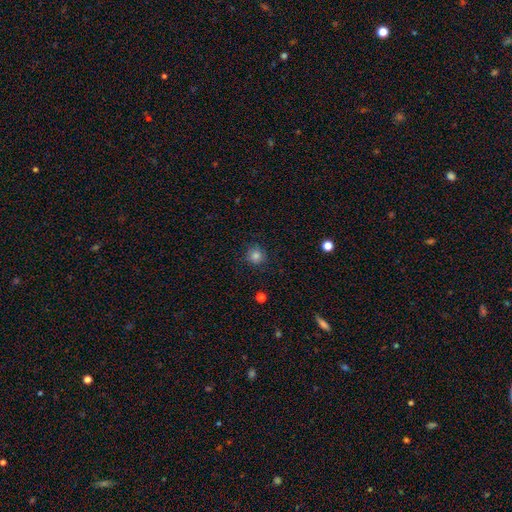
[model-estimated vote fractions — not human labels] Smooth or featured: smooth — 82% (star or artifact — 13%)
How rounded: round — 92% (in between — 7%)
Merging: none — 87% (minor disturbance — 10%)